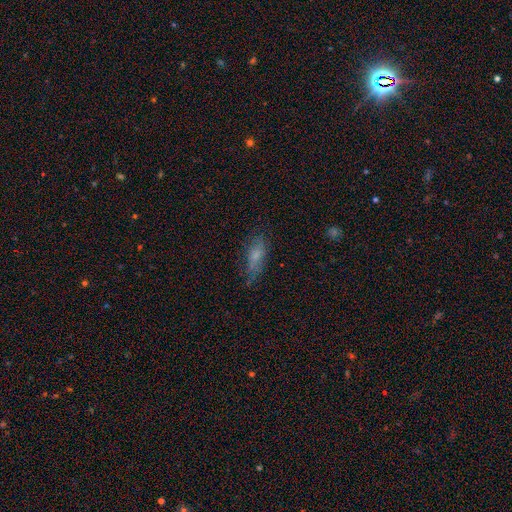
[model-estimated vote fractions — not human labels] Smooth or featured? smooth (67%)
How rounded? in between (64%)
Merging? none (64%)